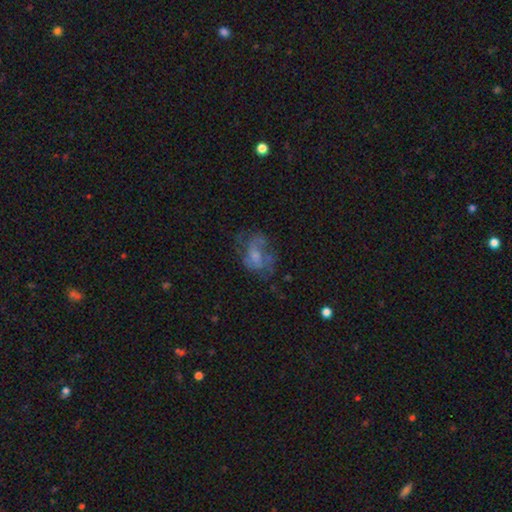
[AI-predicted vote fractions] featured or disk 52%, smooth 35%, star or artifact 12%. Down the decision tree: edge-on disk — no (97%); bar — no (68%); spiral arms — yes (52%); bulge size — small (32%); merging — none (41%).